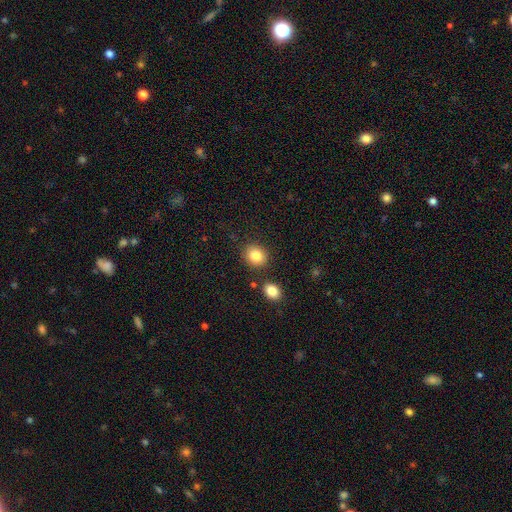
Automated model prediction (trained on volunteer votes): This appears to be a smooth galaxy with no disk features (84%) that is round (71%). Merging: none (83%).